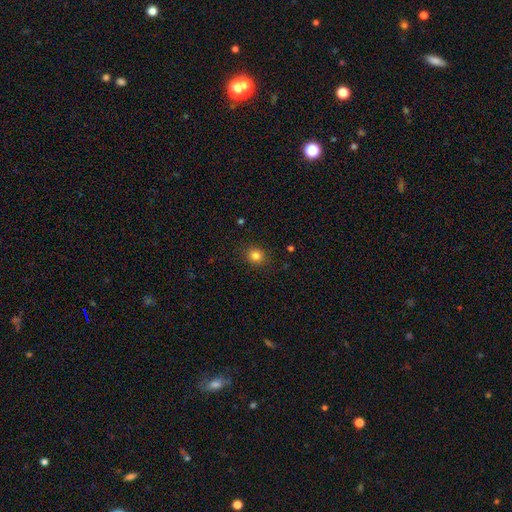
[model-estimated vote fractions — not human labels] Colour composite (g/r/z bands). It shows a smooth galaxy with no disk features (83%) that is round (77%). Merging: none (88%).